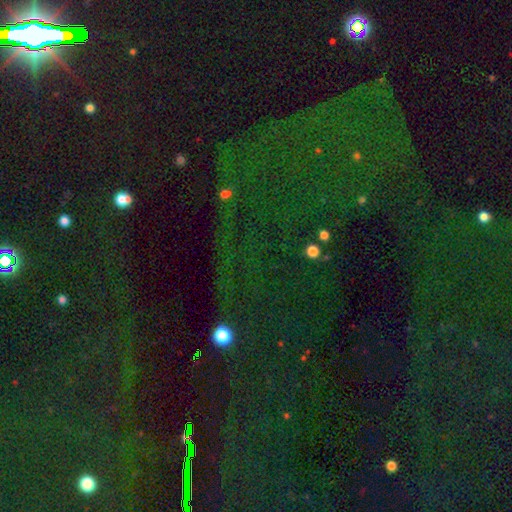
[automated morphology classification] Smooth or featured: star or artifact — 79% (smooth — 12%)